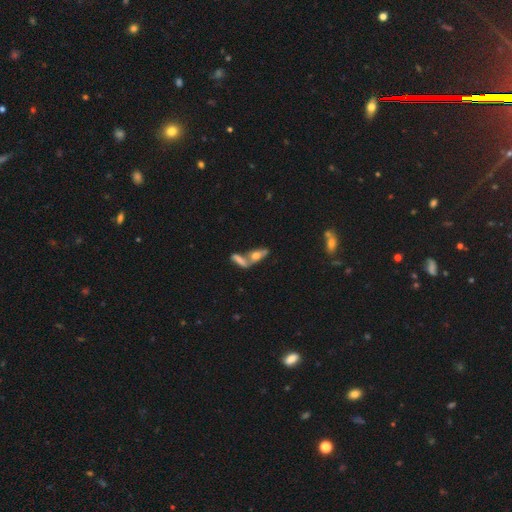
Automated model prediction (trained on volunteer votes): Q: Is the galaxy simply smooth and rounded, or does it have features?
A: featured or disk — 45%.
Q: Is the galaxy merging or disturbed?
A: merger — 49%.